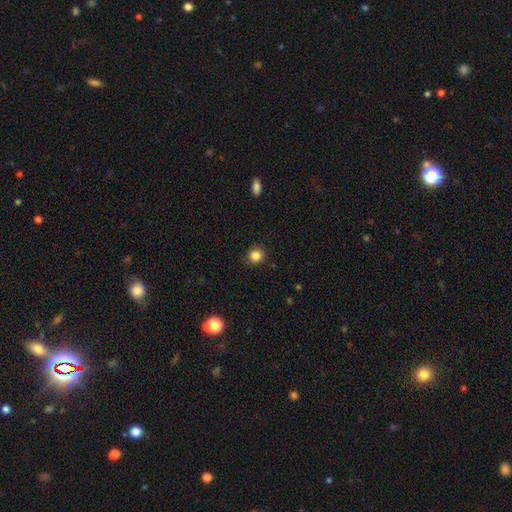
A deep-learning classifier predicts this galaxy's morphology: This appears to be a smooth galaxy with no disk features (85%) that is round (90%). Merging: none (90%).